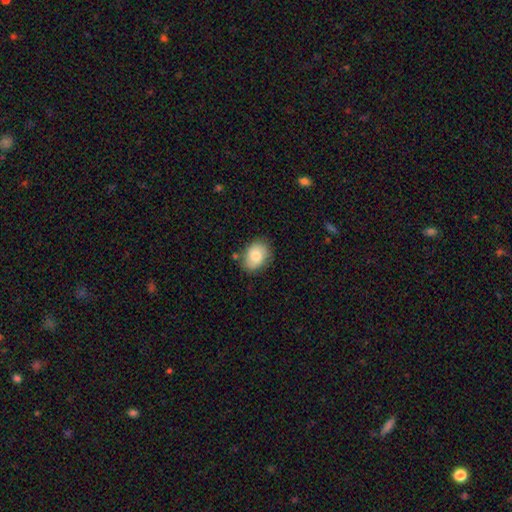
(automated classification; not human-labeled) Smooth or featured? smooth (72%)
How rounded? in between (63%)
Merging? none (75%)